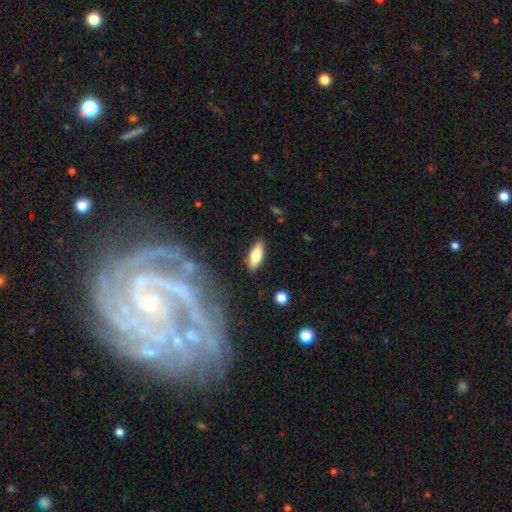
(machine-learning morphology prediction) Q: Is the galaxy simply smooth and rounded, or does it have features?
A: smooth — 70%.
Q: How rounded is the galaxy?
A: in between — 71%.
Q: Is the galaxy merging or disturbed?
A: none — 87%.